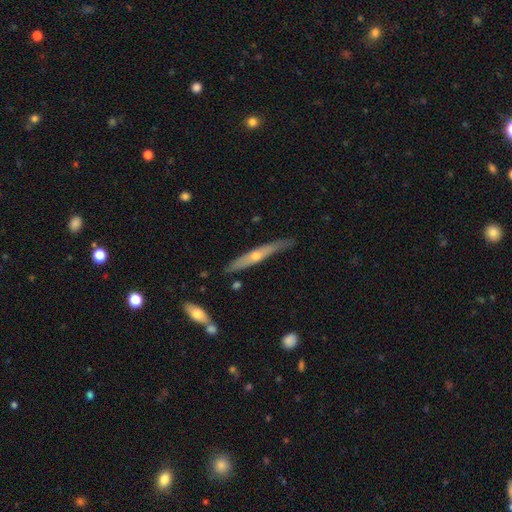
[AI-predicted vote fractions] Overall: featured or disk (63%; smooth 31%). Edge-on disk: yes (93%). Edge-on bulge: rounded (79%). Merging: none (80%).